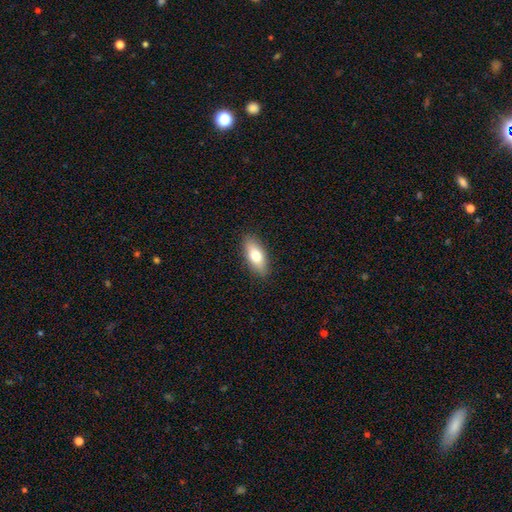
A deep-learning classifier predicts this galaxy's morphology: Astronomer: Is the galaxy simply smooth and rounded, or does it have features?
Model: smooth — 74%.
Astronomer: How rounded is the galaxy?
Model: in between — 78%.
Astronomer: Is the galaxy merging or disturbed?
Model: none — 88%.